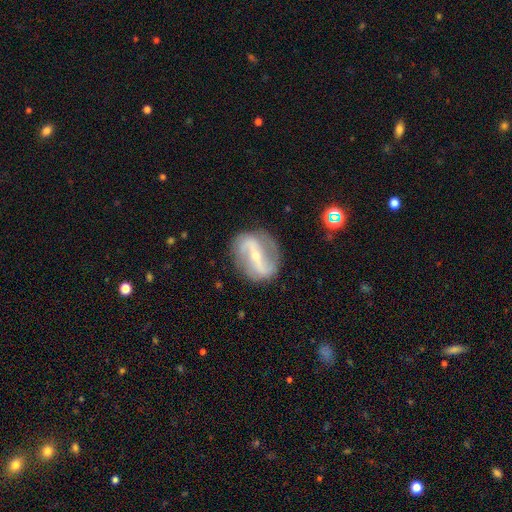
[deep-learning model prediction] Smooth or featured? Predicted: featured or disk (p=0.84). Edge-on disk? Predicted: no (p=0.95). Bar? Predicted: strong (p=0.63). Spiral arms? Predicted: yes (p=0.89). Spiral winding? Predicted: loose (p=0.49). Spiral arm count? Predicted: 2 (p=0.90). Bulge size? Predicted: small (p=0.69). Merging? Predicted: none (p=0.80).